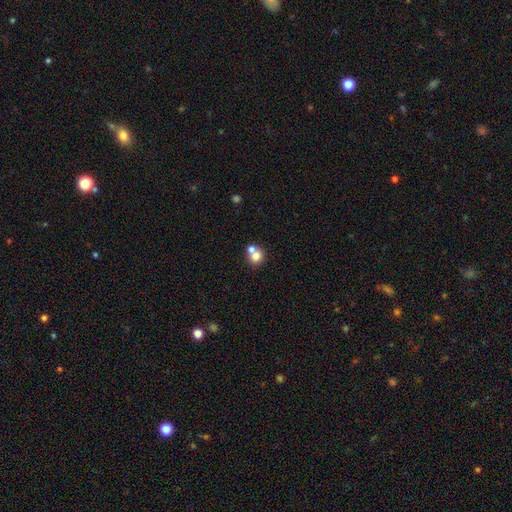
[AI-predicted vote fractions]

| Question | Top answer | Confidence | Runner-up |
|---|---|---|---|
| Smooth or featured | smooth | 75% | featured or disk (14%) |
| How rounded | round | 79% | in between (20%) |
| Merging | merger | 49% | none (41%) |